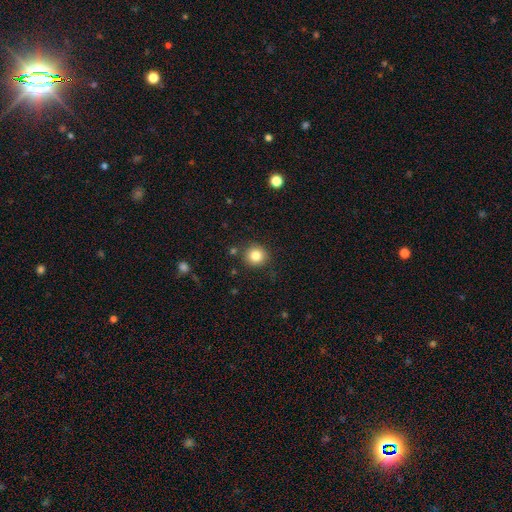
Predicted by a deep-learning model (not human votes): The model was most divided on "smooth or featured": smooth: 83%, star or artifact: 11%, featured or disk: 6%. More confident: how rounded — round (93%); merging — none (88%).